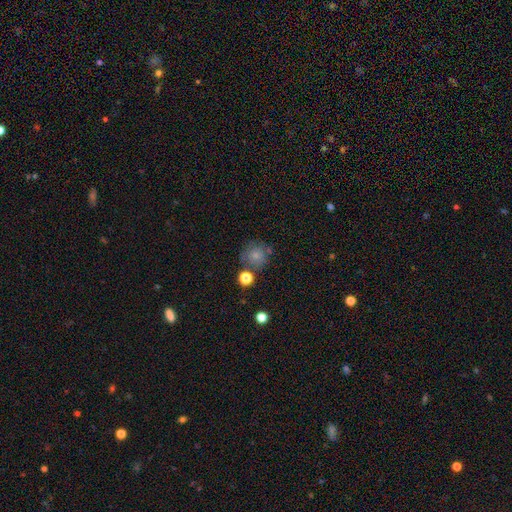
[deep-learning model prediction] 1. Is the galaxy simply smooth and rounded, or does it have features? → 76% smooth, 12% star or artifact, 12% featured or disk.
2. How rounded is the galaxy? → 90% round, 9% in between, 1% cigar-shaped.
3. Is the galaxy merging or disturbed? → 67% none, 15% minor disturbance, 13% merger, 6% major disturbance.